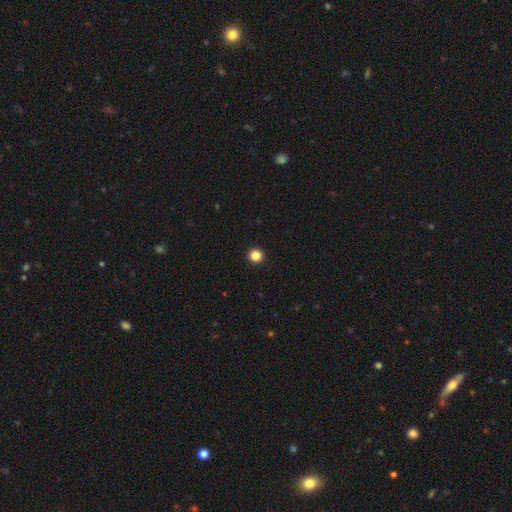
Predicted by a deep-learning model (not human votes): Morphology: type=smooth (85%); roundness=round (94%); merging=none (94%).